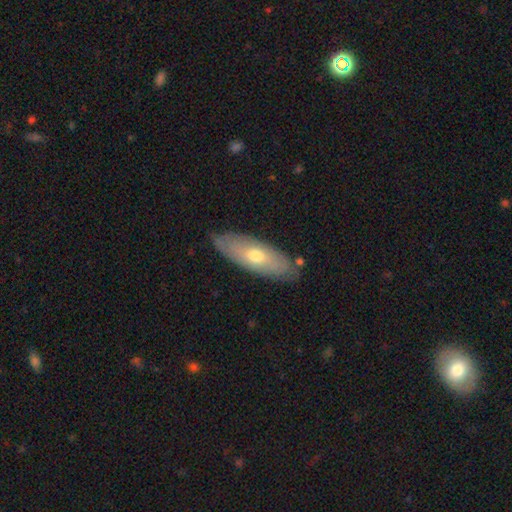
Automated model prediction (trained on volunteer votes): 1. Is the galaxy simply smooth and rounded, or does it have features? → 54% smooth, 40% featured or disk, 6% star or artifact.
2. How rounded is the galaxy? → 69% in between, 29% cigar-shaped, 2% round.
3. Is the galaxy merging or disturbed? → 81% none, 14% minor disturbance, 3% major disturbance, 2% merger.